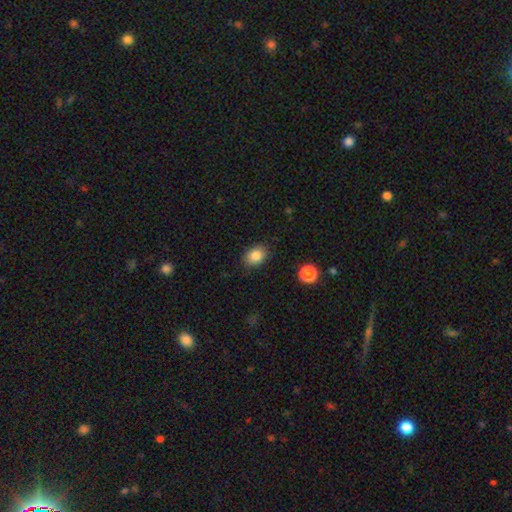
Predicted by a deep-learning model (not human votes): smooth_or_featured: smooth (p=0.84) [alt: star or artifact p=0.10]
how_rounded: in between (p=0.66) [alt: round p=0.33]
merging: none (p=0.85) [alt: minor disturbance p=0.11]